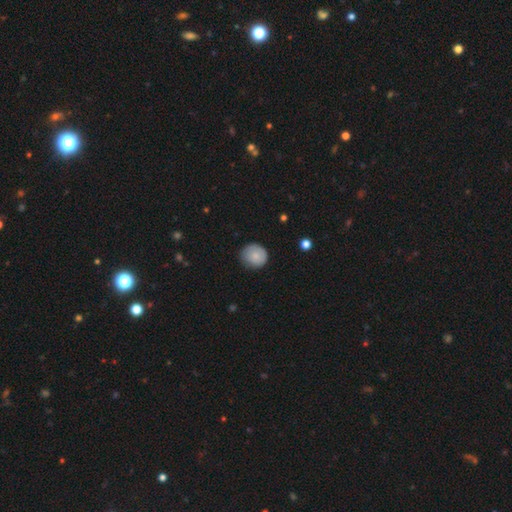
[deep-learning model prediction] A smooth galaxy with no disk features (80%) that is round (86%).

Vote fractions:
- Smooth or featured? smooth: 80% / featured or disk: 13% / star or artifact: 7%
- How rounded? round: 86% / in between: 13% / cigar-shaped: 1%
- Merging? none: 77% / minor disturbance: 19% / major disturbance: 4% / merger: 1%